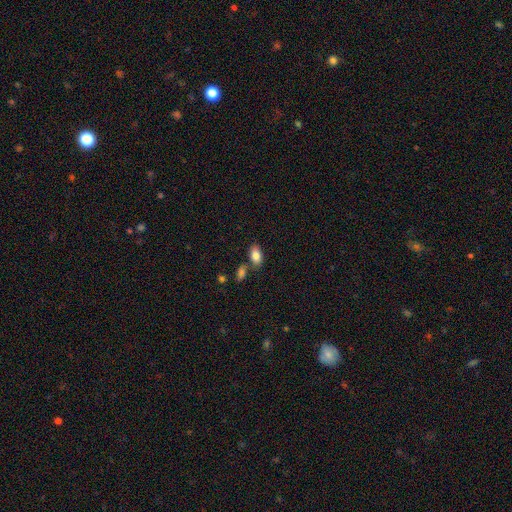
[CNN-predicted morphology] A smooth galaxy with no disk features (84%) that is in between round and cigar-shaped (91%).

Vote fractions:
- Smooth or featured? smooth: 84% / featured or disk: 9% / star or artifact: 8%
- How rounded? in between: 91% / round: 6% / cigar-shaped: 3%
- Merging? none: 68% / merger: 17% / minor disturbance: 12% / major disturbance: 3%